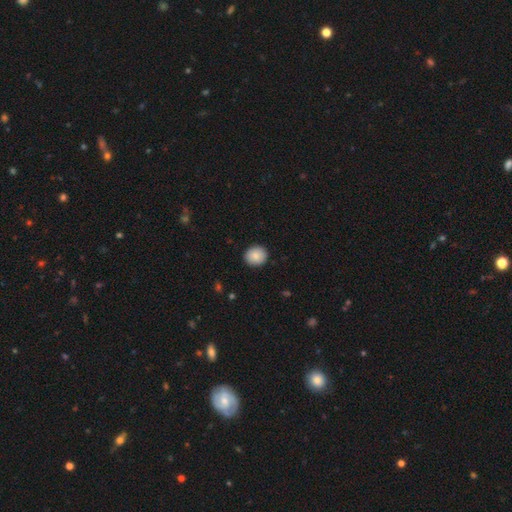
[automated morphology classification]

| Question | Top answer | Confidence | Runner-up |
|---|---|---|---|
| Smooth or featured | smooth | 86% | star or artifact (8%) |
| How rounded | round | 81% | in between (18%) |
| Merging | none | 90% | minor disturbance (7%) |